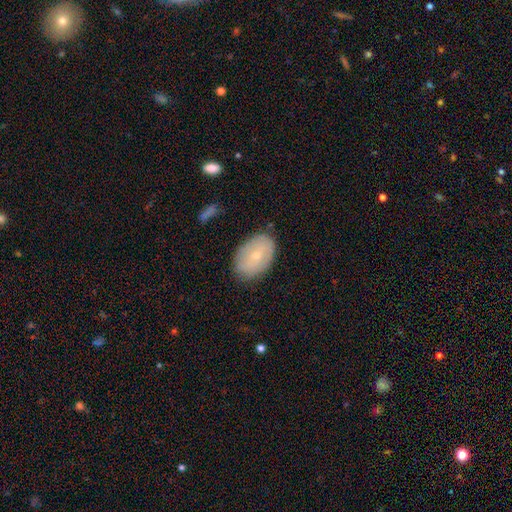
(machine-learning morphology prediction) smooth_or_featured: smooth (p=0.61) [alt: featured or disk p=0.32]
how_rounded: in between (p=0.87) [alt: round p=0.12]
merging: none (p=0.80) [alt: minor disturbance p=0.15]